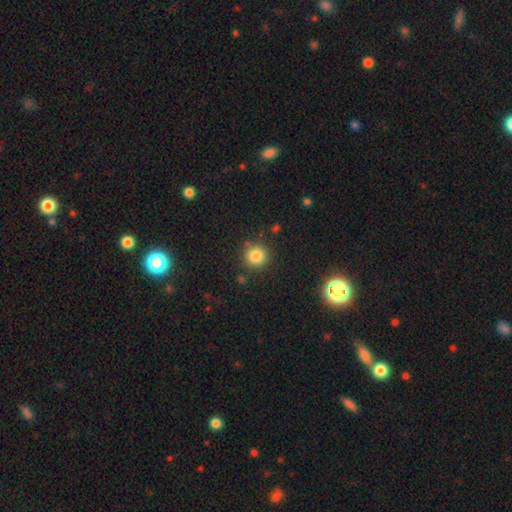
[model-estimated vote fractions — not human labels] A smooth galaxy with no disk features (84%) that is round (93%). Merging: none (86%).